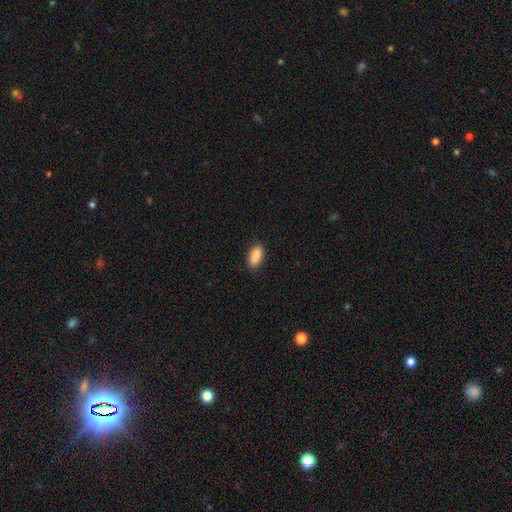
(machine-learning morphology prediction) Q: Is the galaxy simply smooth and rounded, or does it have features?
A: smooth — 89%.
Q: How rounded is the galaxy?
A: in between — 86%.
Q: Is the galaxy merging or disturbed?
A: none — 87%.